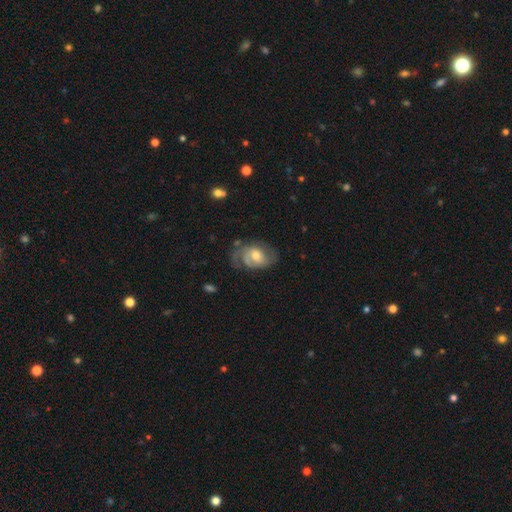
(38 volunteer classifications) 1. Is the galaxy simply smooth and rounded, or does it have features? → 63% featured or disk, 29% smooth, 8% star or artifact.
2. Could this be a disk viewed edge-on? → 92% no, 8% yes.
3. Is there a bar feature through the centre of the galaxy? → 55% weak, 45% no, 0% strong.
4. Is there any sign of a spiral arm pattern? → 91% yes, 9% no.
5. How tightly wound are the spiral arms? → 45% tight (tied), 45% medium (tied), 10% loose.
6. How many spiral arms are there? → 45% can't tell, 40% 2, 10% 1, 5% 3, 0% 4, 0% more than 4.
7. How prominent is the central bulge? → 55% moderate, 36% small, 9% large, 0% dominant, 0% none.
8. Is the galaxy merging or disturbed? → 40% none, 34% minor disturbance, 23% major disturbance, 3% merger.